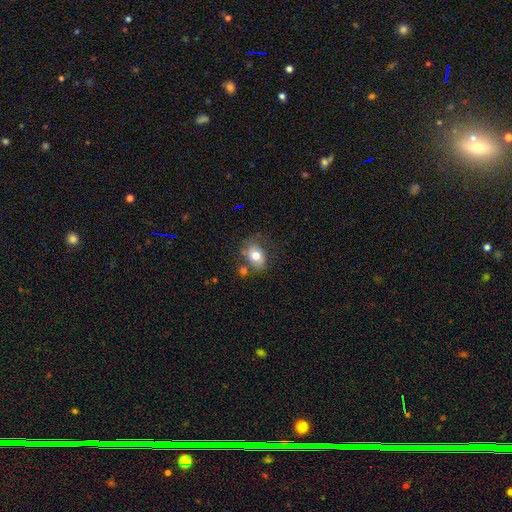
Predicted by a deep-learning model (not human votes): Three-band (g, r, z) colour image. It shows a smooth galaxy with no disk features (71%) that is in between round and cigar-shaped (67%). Merging: none (62%).